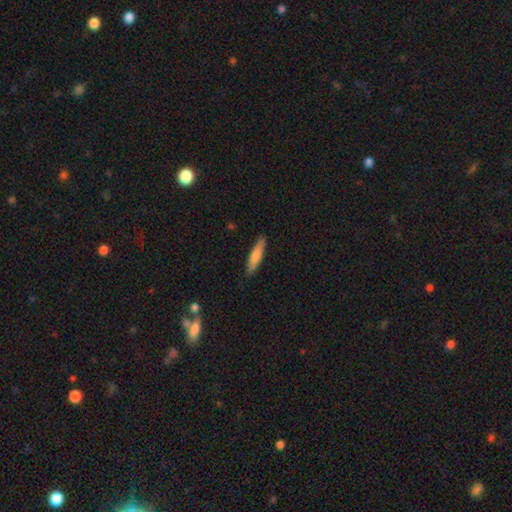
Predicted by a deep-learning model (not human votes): smooth 75%, featured or disk 20%, star or artifact 5%. Down the decision tree: how rounded — cigar-shaped (84%); merging — none (89%).